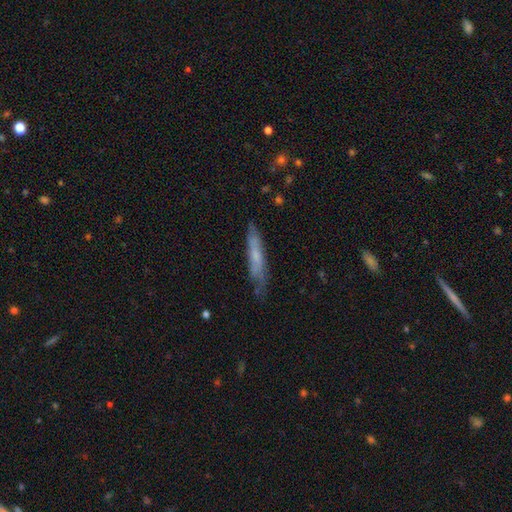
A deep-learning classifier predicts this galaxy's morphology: Overall: smooth (51%; featured or disk 42%). How rounded: cigar-shaped (89%). Merging: none (67%).